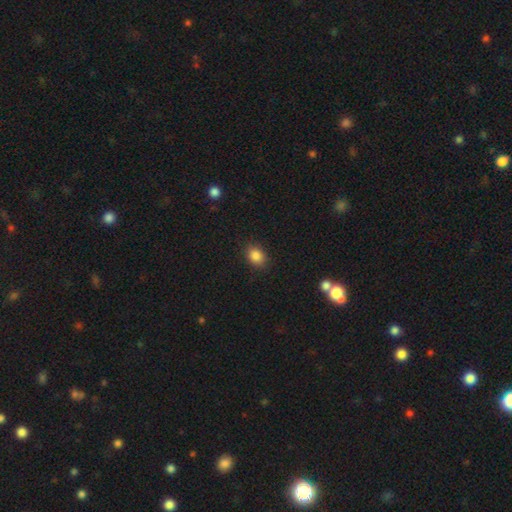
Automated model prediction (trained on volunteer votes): smooth-or-featured: smooth: 86% | star or artifact: 10% | featured or disk: 4%
  how-rounded: in between: 59% | round: 40% | cigar-shaped: 1%
  merging: none: 87% | minor disturbance: 9% | major disturbance: 2% | merger: 1%